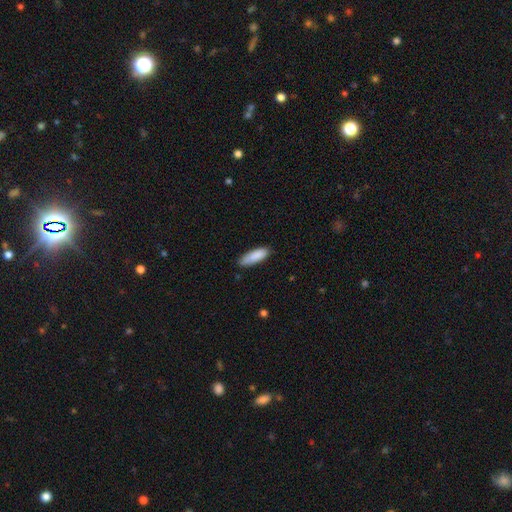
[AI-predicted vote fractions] This appears to be a smooth galaxy with no disk features (88%) that is in between round and cigar-shaped (51%). Merging: none (80%).